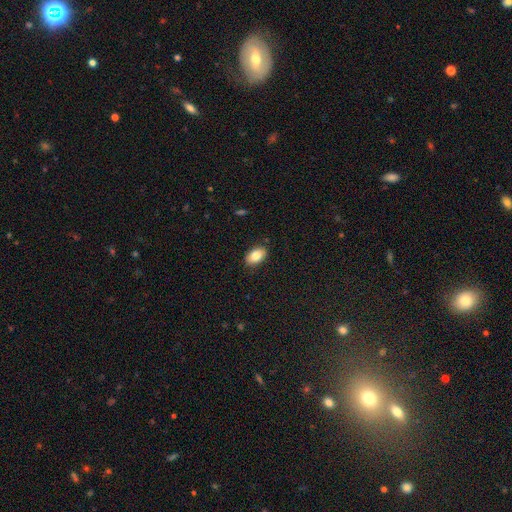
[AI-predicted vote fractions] This is clearly a smooth galaxy (83%). How rounded: clearly in between (91%). Merging: clearly none (87%).